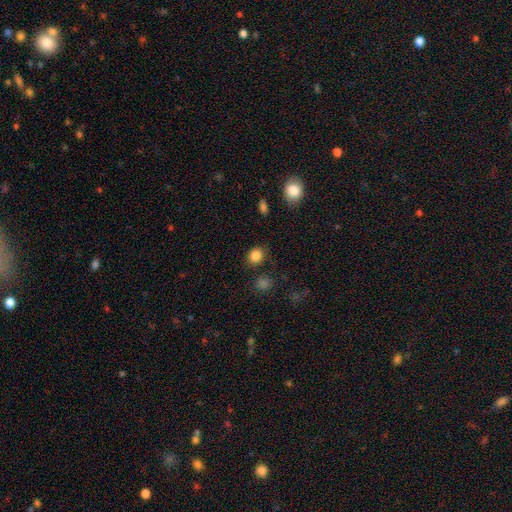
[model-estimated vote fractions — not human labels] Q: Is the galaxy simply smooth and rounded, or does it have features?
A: smooth — 85%.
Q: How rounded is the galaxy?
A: round — 73%.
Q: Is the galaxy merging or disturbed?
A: none — 82%.